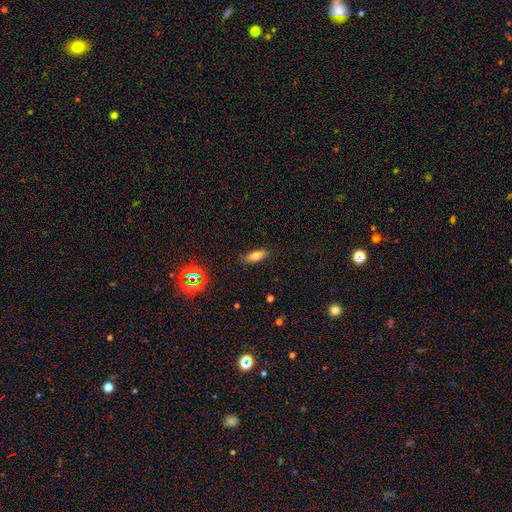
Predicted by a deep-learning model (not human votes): Smooth or featured: smooth — 72% (featured or disk — 15%)
How rounded: in between — 67% (cigar-shaped — 29%)
Merging: none — 84% (minor disturbance — 12%)